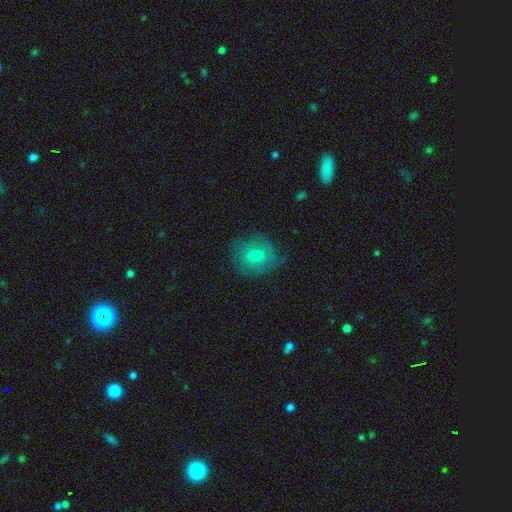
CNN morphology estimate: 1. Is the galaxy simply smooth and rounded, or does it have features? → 63% smooth, 27% featured or disk, 9% star or artifact.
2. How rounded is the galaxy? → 72% round, 26% in between, 1% cigar-shaped.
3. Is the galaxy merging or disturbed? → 70% none, 21% minor disturbance, 8% major disturbance, 1% merger.